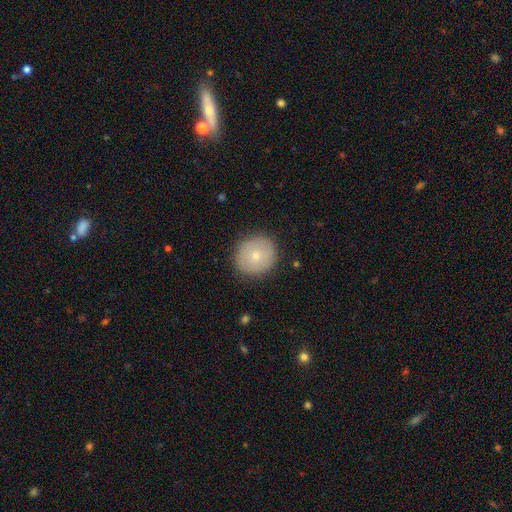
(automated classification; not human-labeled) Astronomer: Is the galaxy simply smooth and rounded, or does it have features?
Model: smooth — 70%.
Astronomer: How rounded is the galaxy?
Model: round — 91%.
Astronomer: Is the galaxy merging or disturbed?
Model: none — 87%.